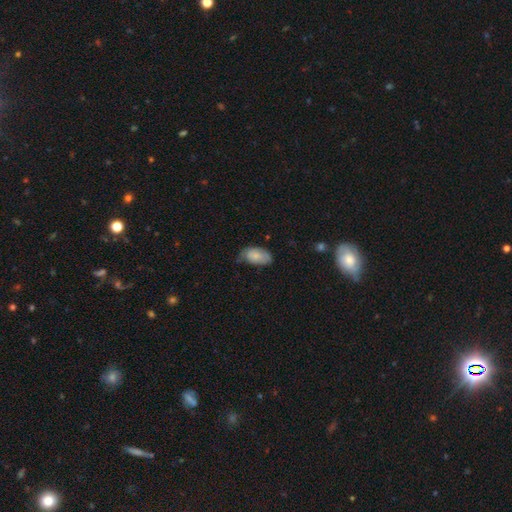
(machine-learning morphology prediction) Smooth or featured?
  - smooth: 76% *
  - featured or disk: 17%
  - star or artifact: 7%
How rounded?
  - in between: 94% *
  - round: 4%
  - cigar-shaped: 2%
Merging?
  - none: 47% *
  - minor disturbance: 40%
  - major disturbance: 11%
  - merger: 2%